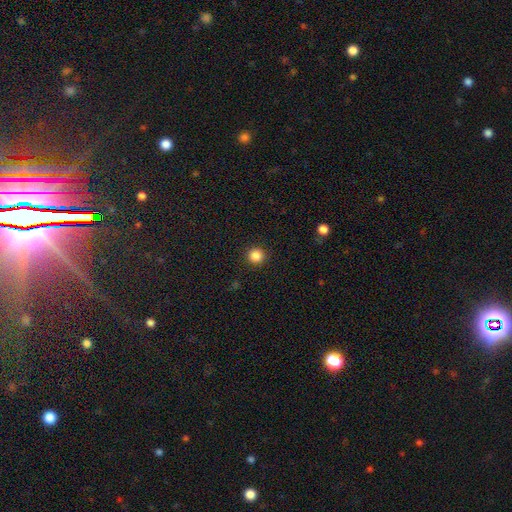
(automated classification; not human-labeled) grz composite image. It shows a smooth galaxy with no disk features (85%) that is round (94%). Merging: none (92%).